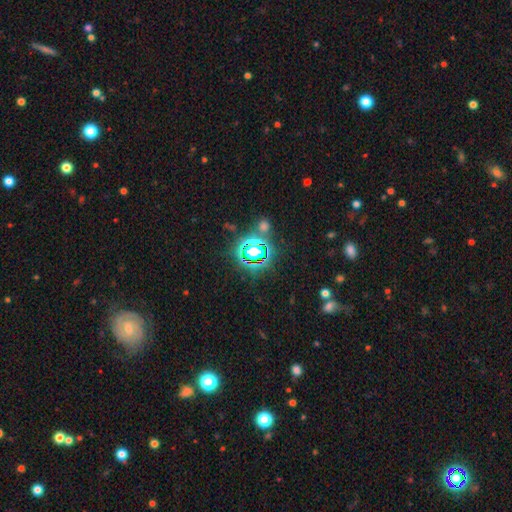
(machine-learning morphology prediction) Smooth or featured? star or artifact (79%)